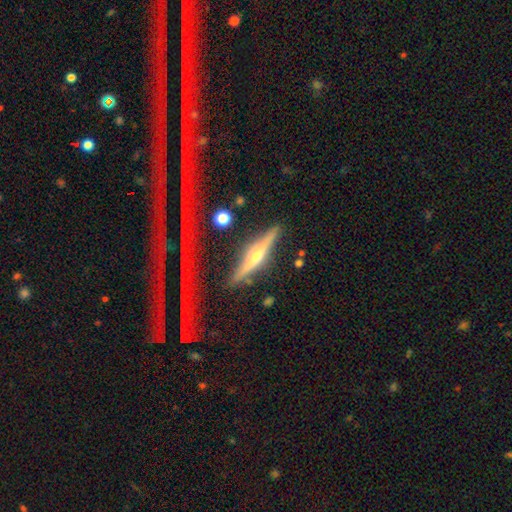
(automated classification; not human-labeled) A featured or disk galaxy (73%) viewed edge-on (95%) with a rounded central bulge (89%). Merging: none (77%).